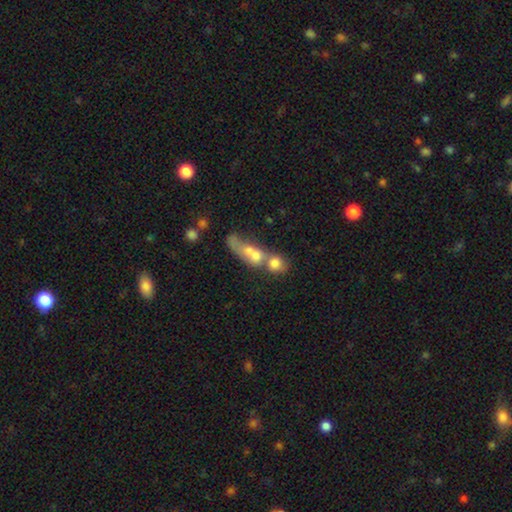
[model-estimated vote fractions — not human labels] Overall: smooth (57%; featured or disk 31%). How rounded: in between (47%; round 35%). Merging: merger (69%).